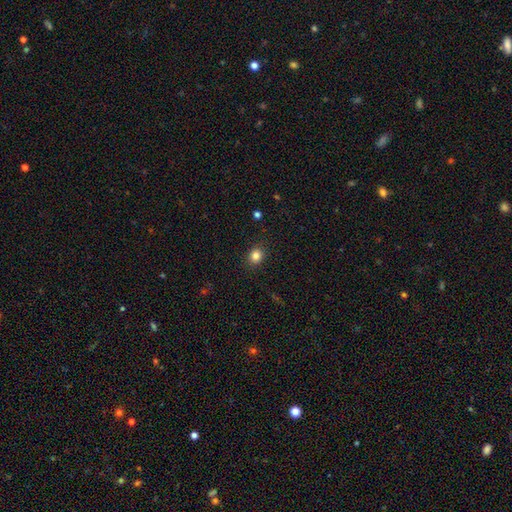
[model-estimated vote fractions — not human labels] Smooth or featured: smooth — 84% (star or artifact — 11%)
How rounded: round — 73% (in between — 27%)
Merging: none — 89% (minor disturbance — 8%)